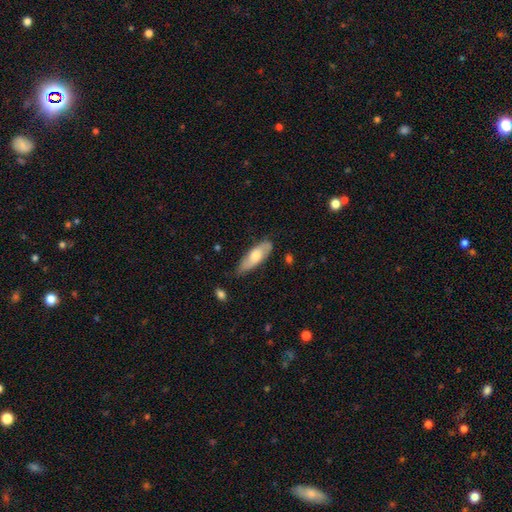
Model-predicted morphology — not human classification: A smooth galaxy with no disk features (64%) that is in between round and cigar-shaped (63%).

Vote fractions:
- Smooth or featured? smooth: 64% / featured or disk: 31% / star or artifact: 5%
- How rounded? in between: 63% / cigar-shaped: 35% / round: 2%
- Merging? none: 74% / minor disturbance: 21% / major disturbance: 4% / merger: 2%